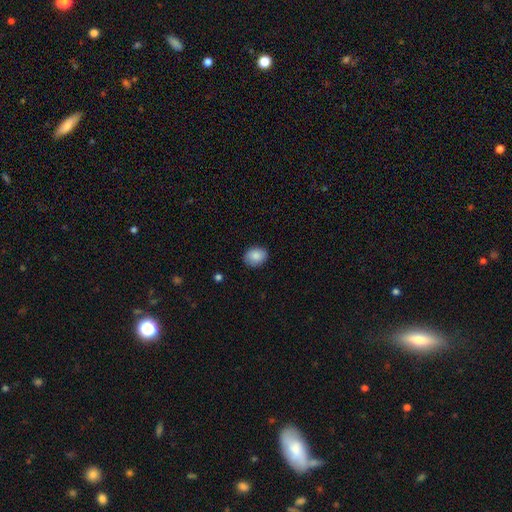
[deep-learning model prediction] The model was most divided on "how rounded": in between: 58%, round: 41%, cigar-shaped: 1%. More confident: smooth or featured — smooth (88%); merging — none (85%).